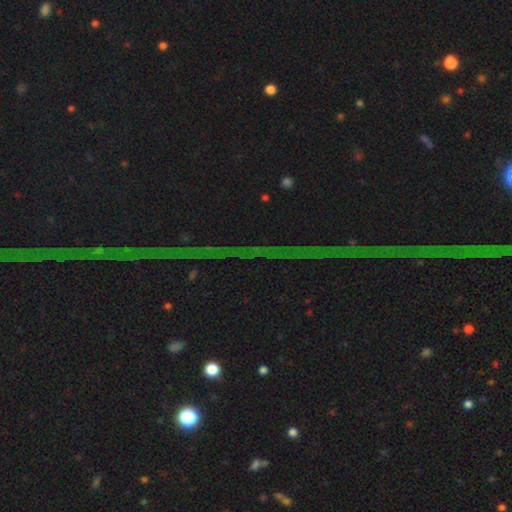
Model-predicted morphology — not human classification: smooth-or-featured: star or artifact: 81% | featured or disk: 11% | smooth: 7%